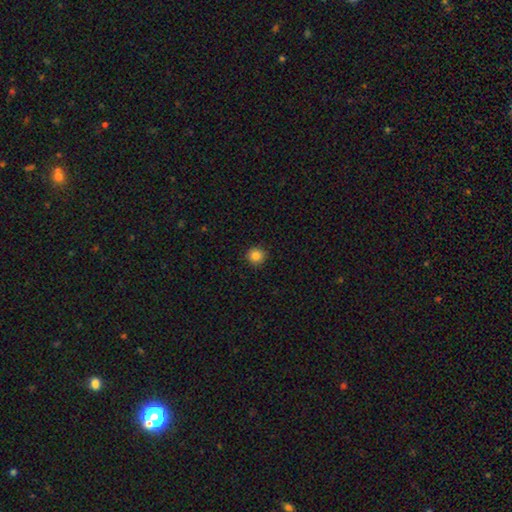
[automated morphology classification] smooth_or_featured: smooth (p=0.85) [alt: star or artifact p=0.11]
how_rounded: round (p=0.93) [alt: in between p=0.06]
merging: none (p=0.92) [alt: minor disturbance p=0.06]